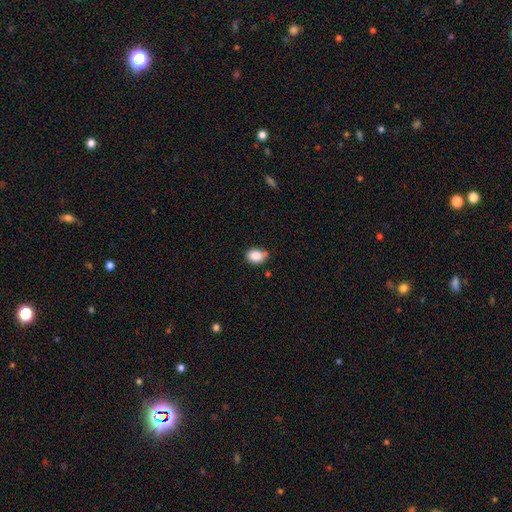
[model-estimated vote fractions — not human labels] Morphology: type=smooth (85%); roundness=in between (61%); merging=none (62%).